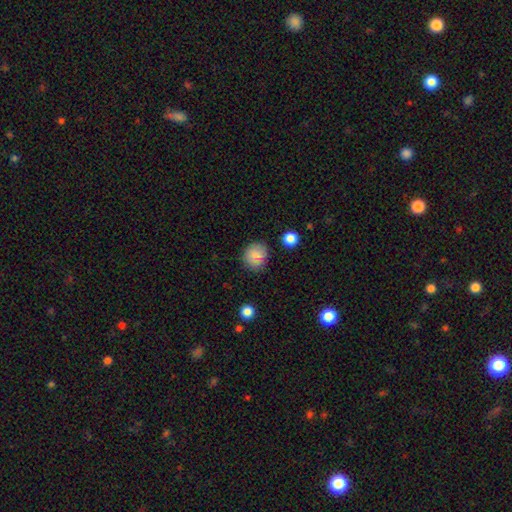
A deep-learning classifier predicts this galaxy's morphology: Smooth or featured? Predicted: smooth (p=0.84). How rounded? Predicted: round (p=0.81). Merging? Predicted: none (p=0.83).